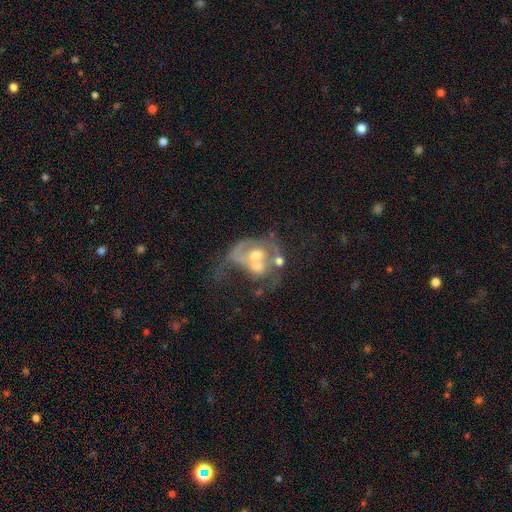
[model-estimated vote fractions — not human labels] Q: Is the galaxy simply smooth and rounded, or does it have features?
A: featured or disk — 66%.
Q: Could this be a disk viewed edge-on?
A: no — 97%.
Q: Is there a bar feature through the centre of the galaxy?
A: no — 81%.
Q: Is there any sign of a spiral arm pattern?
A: no — 58%.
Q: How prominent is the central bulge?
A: moderate — 61%.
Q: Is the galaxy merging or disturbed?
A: merger — 56%.